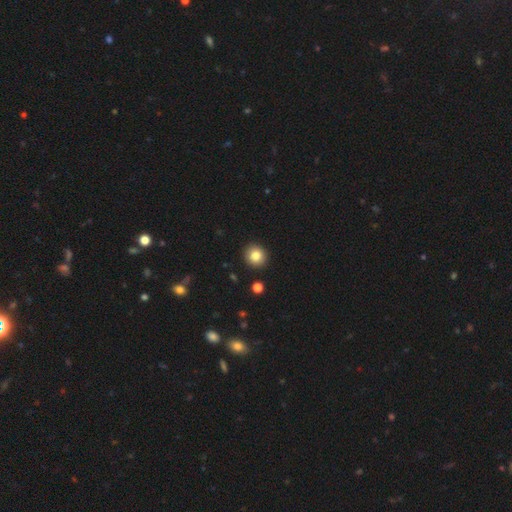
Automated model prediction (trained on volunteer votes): A smooth galaxy with no disk features (83%) that is round (86%). Merging: none (91%).